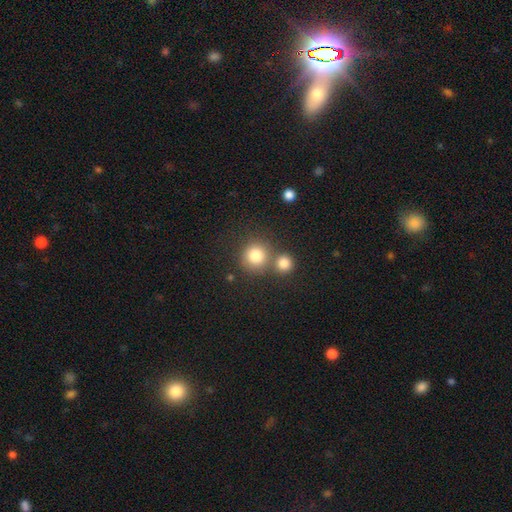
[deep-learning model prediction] Smooth or featured? Predicted: smooth (p=0.82). How rounded? Predicted: round (p=0.90). Merging? Predicted: none (p=0.62).